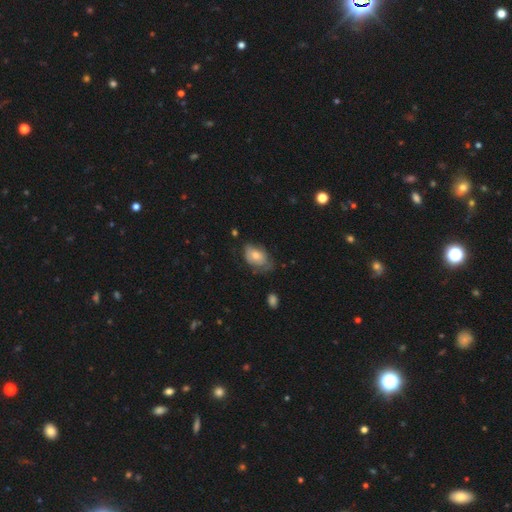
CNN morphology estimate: smooth 66%, featured or disk 27%, star or artifact 8%. Down the decision tree: how rounded — in between (87%); merging — none (44%).